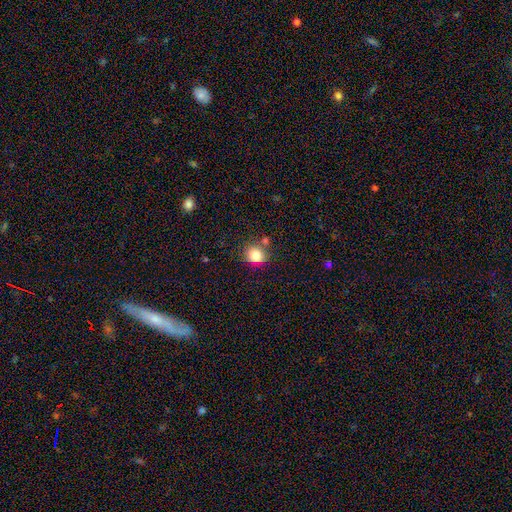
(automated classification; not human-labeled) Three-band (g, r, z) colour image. It shows a smooth galaxy with no disk features (83%) that is round (80%). Merging: none (74%).